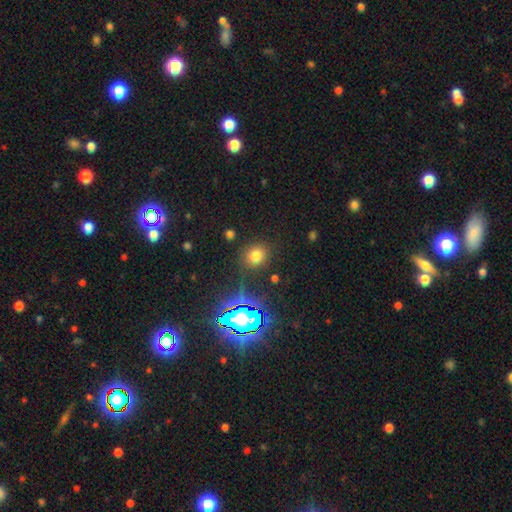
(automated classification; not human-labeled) A smooth galaxy with no disk features (70%) that is round (76%). Merging: none (84%).